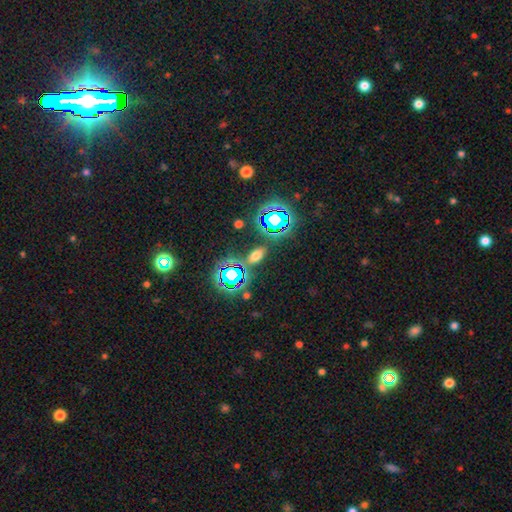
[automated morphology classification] smooth 49%, star or artifact 39%, featured or disk 12%. Down the decision tree: merging — none (81%).